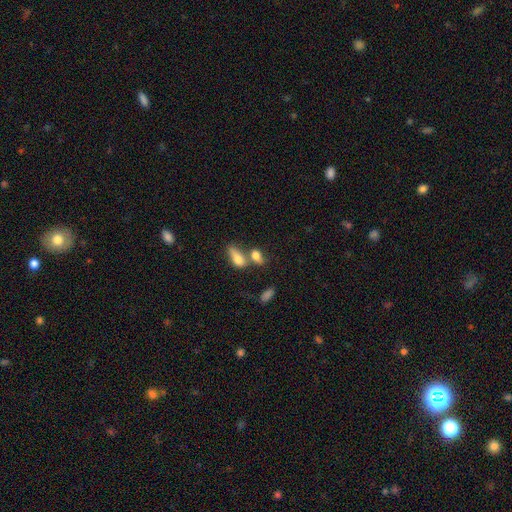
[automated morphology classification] Smooth or featured? Predicted: smooth (p=0.75). How rounded? Predicted: in between (p=0.71). Merging? Predicted: merger (p=0.49).